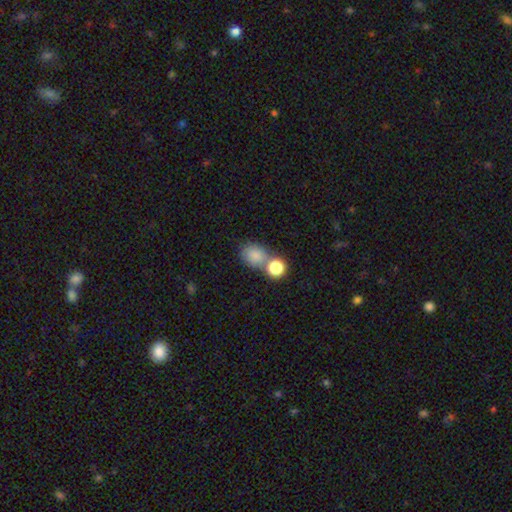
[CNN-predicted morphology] Smooth or featured: smooth — 81% (star or artifact — 11%)
How rounded: round — 55% (in between — 43%)
Merging: none — 43% (merger — 41%)